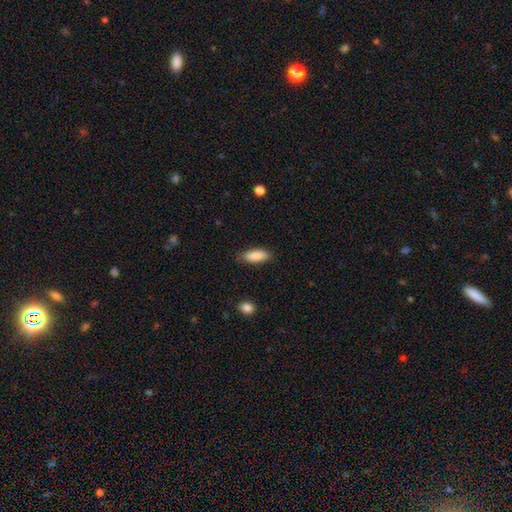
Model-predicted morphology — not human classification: smooth_or_featured: smooth (p=0.89) [alt: star or artifact p=0.06]
how_rounded: in between (p=0.79) [alt: cigar-shaped p=0.19]
merging: none (p=0.84) [alt: minor disturbance p=0.12]